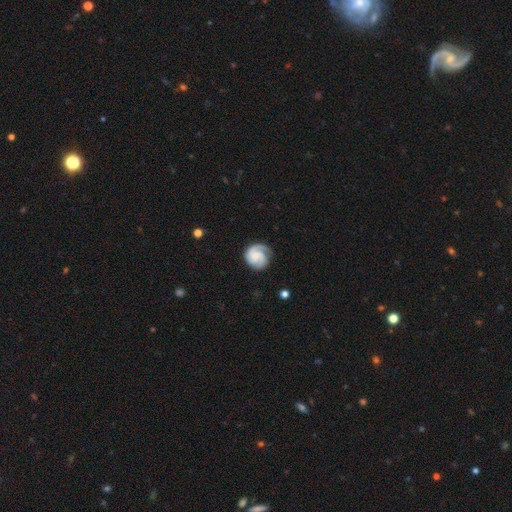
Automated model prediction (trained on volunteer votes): Morphology: type=featured or disk (80%); edge-on=no (98%); bar=no (58%); spiral arms=yes (97%); winding=tight (55%); arm count=2 (54%); bulge=small (48%); merging=none (73%).